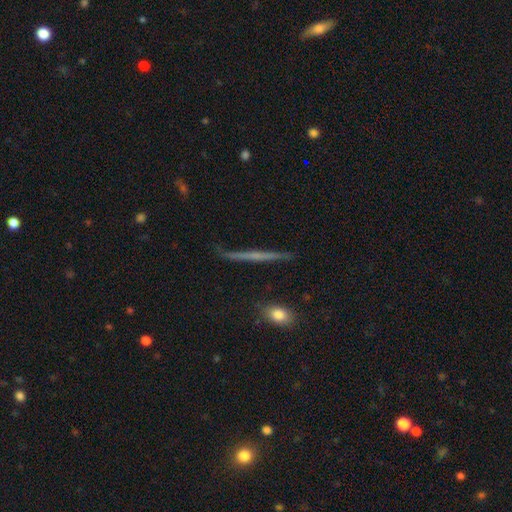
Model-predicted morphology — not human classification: A featured or disk galaxy (59%) viewed edge-on (94%) with no central bulge (71%).

Vote fractions:
- Smooth or featured? featured or disk: 59% / smooth: 31% / star or artifact: 10%
- Edge-on disk? yes: 94% / no: 6%
- Edge-on bulge? none: 71% / rounded: 22% / boxy: 8%
- Merging? none: 81% / minor disturbance: 13% / major disturbance: 4% / merger: 2%